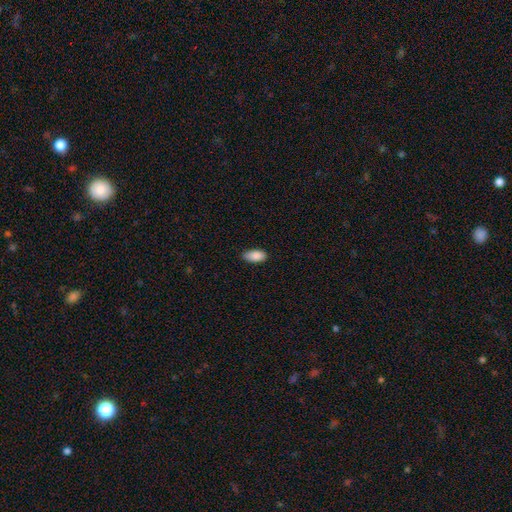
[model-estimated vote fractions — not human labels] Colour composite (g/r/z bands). It shows a smooth galaxy with no disk features (88%) that is in between round and cigar-shaped (92%). Merging: none (82%).